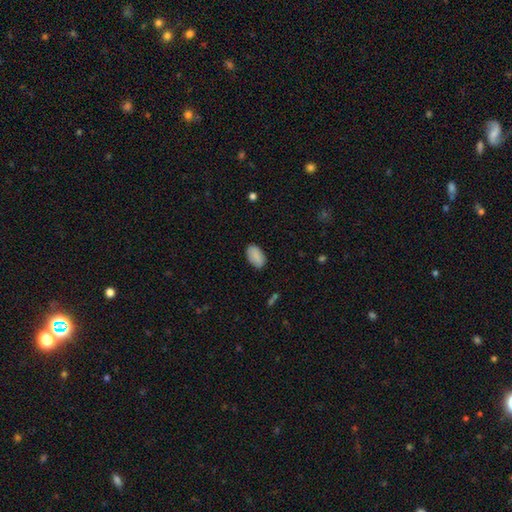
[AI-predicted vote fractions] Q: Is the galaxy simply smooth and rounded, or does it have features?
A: smooth — 88%.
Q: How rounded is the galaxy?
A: in between — 94%.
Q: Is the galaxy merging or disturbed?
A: none — 86%.